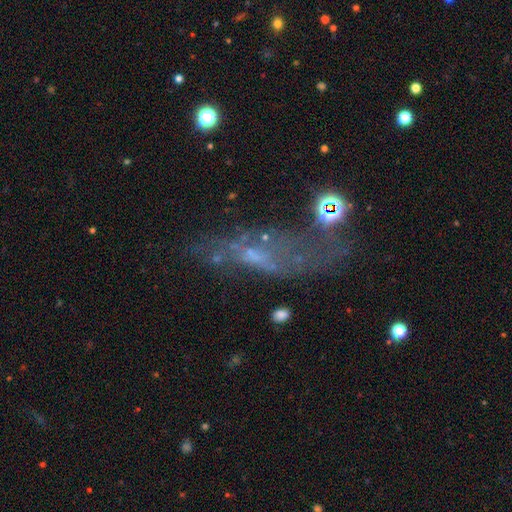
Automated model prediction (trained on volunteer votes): smooth_or_featured: featured or disk (p=0.48) [alt: smooth p=0.29]
merging: none (p=0.39) [alt: major disturbance p=0.31]